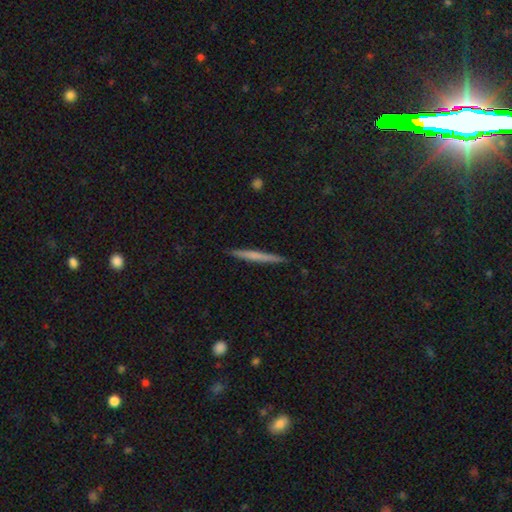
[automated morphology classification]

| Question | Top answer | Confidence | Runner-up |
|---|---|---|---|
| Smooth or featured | smooth | 53% | featured or disk (41%) |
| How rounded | cigar-shaped | 96% | in between (2%) |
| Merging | none | 91% | minor disturbance (6%) |